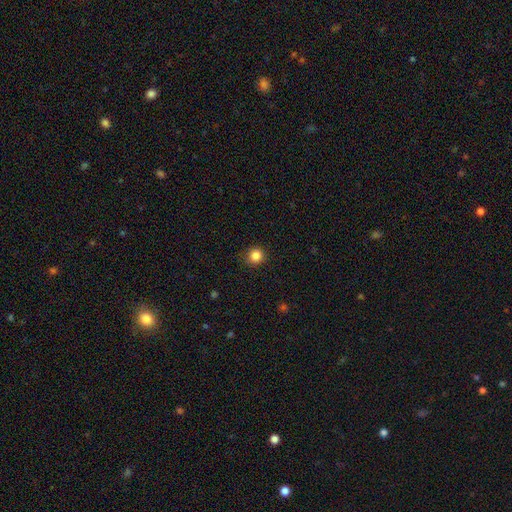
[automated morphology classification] Smooth or featured?
  - smooth: 84% *
  - star or artifact: 12%
  - featured or disk: 4%
How rounded?
  - round: 90% *
  - in between: 9%
  - cigar-shaped: 1%
Merging?
  - none: 86% *
  - minor disturbance: 10%
  - major disturbance: 2%
  - merger: 1%